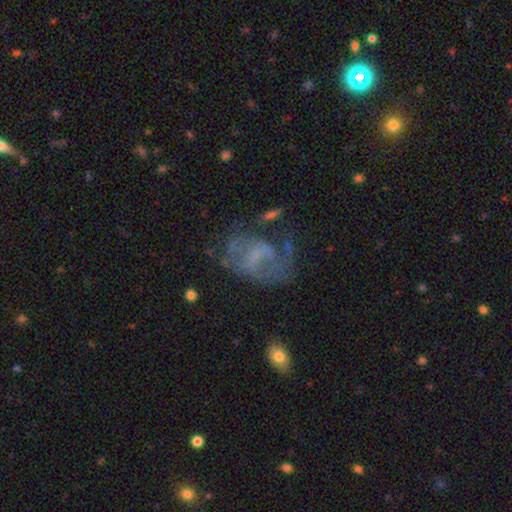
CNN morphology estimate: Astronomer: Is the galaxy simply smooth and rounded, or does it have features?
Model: featured or disk — 60%.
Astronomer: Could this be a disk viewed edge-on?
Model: no — 96%.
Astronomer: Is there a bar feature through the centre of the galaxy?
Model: no — 46% (runner-up: weak, 40%).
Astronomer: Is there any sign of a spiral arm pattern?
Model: yes — 52% (runner-up: no, 48%).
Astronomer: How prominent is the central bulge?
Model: none — 52% (runner-up: small, 27%).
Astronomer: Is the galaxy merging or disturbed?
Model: none — 38% (runner-up: major disturbance, 36%).